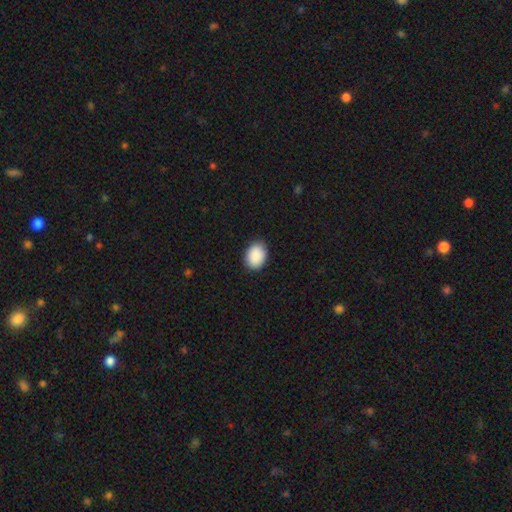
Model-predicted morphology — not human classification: Overall: smooth (90%). How rounded: in between (72%). Merging: none (86%).